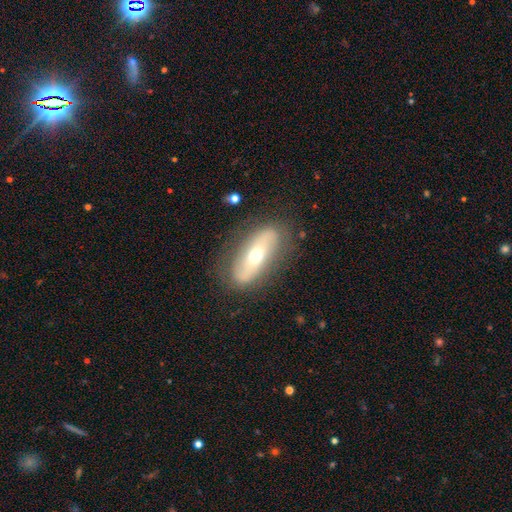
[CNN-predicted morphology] A featured or disk galaxy (58%). Merging: none (79%).